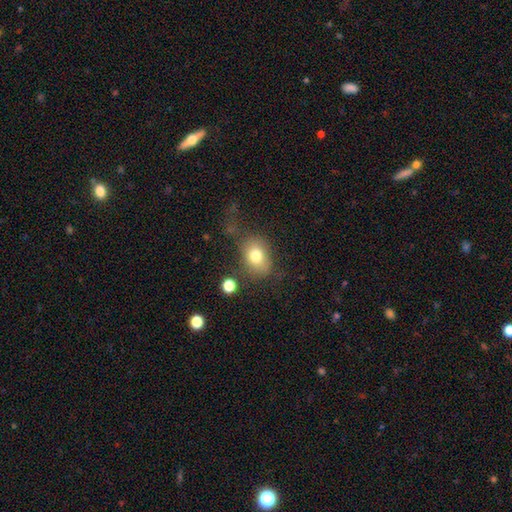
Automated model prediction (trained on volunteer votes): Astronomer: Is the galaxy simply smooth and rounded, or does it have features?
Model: smooth — 76%.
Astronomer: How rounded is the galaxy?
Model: in between — 60% (runner-up: round, 38%).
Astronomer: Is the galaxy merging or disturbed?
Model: none — 54%.